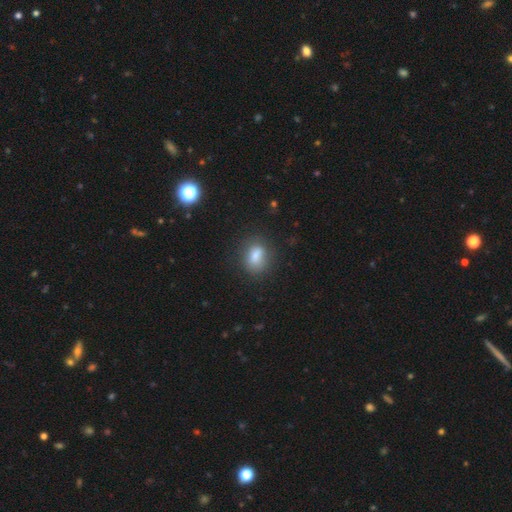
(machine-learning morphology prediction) Overall: smooth (78%). How rounded: in between (70%). Merging: none (70%).